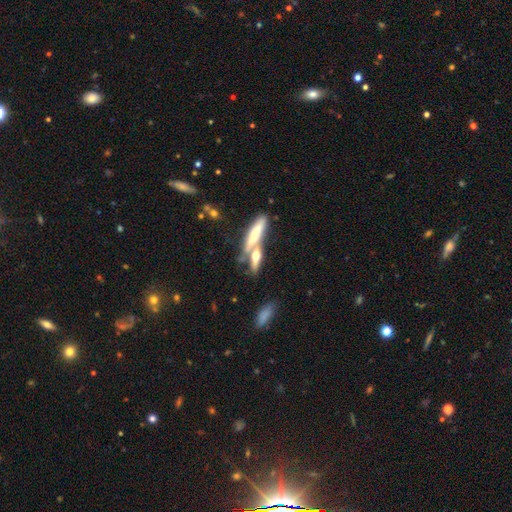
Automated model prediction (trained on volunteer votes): Smooth or featured? smooth (52%)
How rounded? cigar-shaped (66%)
Merging? none (45%)